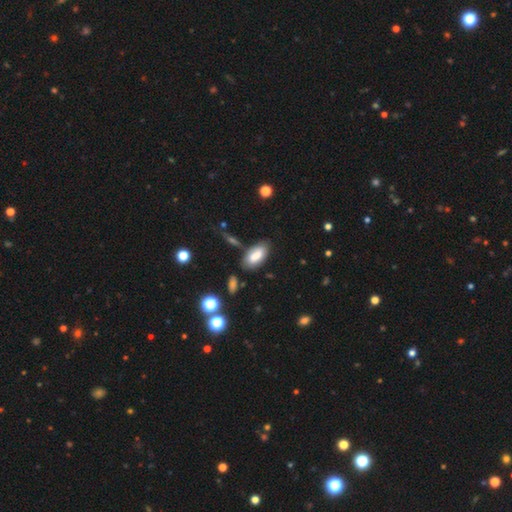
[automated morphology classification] Smooth or featured? Predicted: smooth (p=0.79). How rounded? Predicted: in between (p=0.90). Merging? Predicted: none (p=0.71).